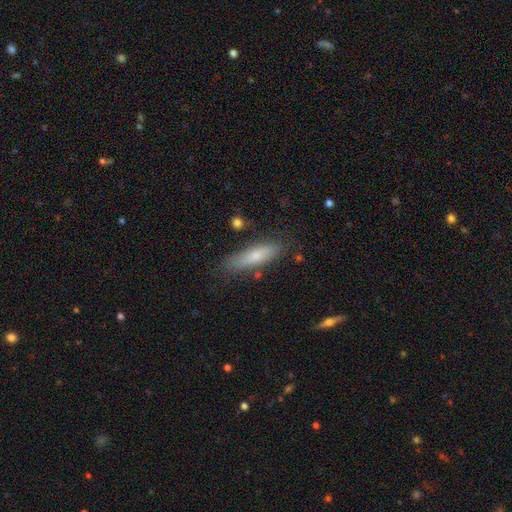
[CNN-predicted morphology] type=smooth (68%); roundness=cigar-shaped (63%); merging=none (79%).